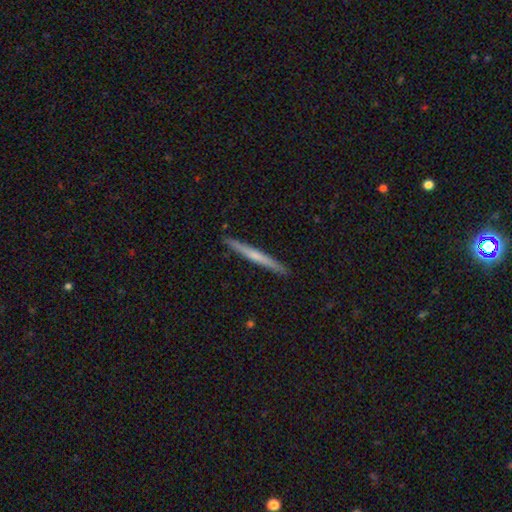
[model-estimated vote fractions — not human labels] A featured or disk galaxy (50%).

Vote fractions:
- Smooth or featured? featured or disk: 50% / smooth: 45% / star or artifact: 6%
- Merging? none: 92% / minor disturbance: 6% / major disturbance: 1% / merger: 1%